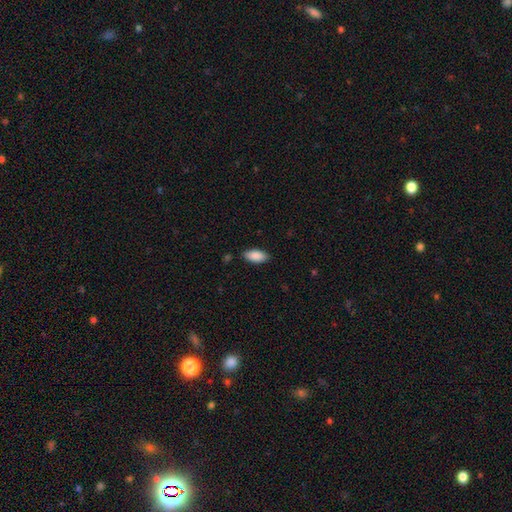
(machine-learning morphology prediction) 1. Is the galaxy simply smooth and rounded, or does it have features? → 89% smooth, 6% star or artifact, 4% featured or disk.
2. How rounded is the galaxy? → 91% in between, 7% cigar-shaped, 2% round.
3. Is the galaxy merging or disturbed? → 85% none, 11% minor disturbance, 2% major disturbance, 1% merger.